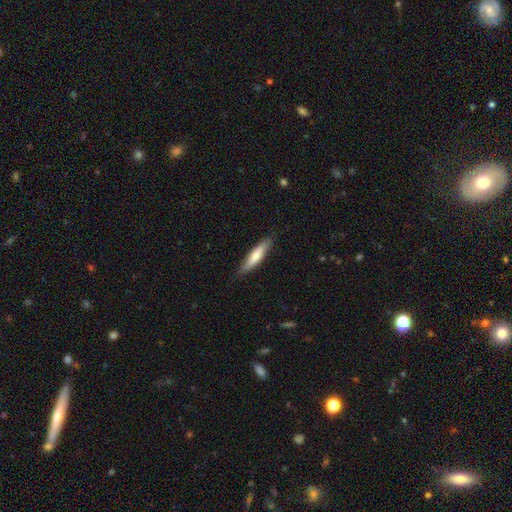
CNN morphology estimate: The model was most divided on "smooth or featured": smooth: 66%, featured or disk: 28%, star or artifact: 5%. More confident: merging — none (85%); how rounded — cigar-shaped (80%).